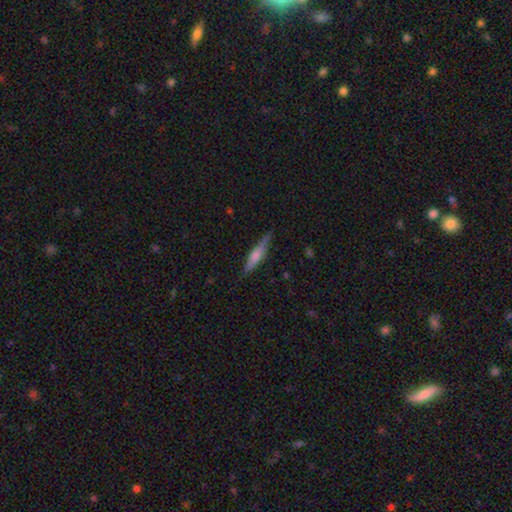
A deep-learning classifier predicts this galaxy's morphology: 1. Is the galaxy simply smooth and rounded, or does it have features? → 47% smooth, 46% featured or disk, 7% star or artifact.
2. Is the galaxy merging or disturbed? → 80% none, 15% minor disturbance, 3% major disturbance, 1% merger.